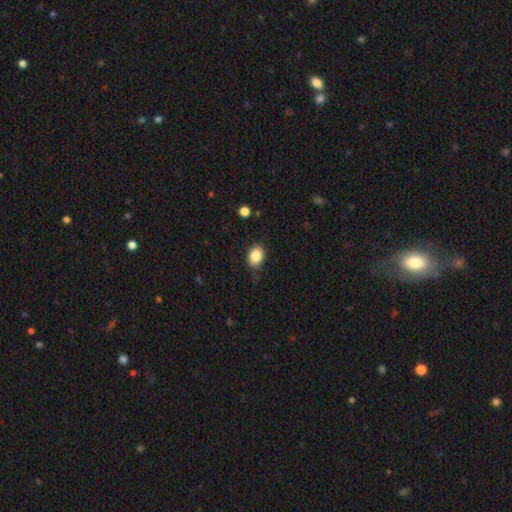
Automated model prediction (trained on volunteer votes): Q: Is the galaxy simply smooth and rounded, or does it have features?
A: smooth — 86%.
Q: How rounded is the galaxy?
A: in between — 74%.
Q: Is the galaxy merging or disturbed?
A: none — 81%.